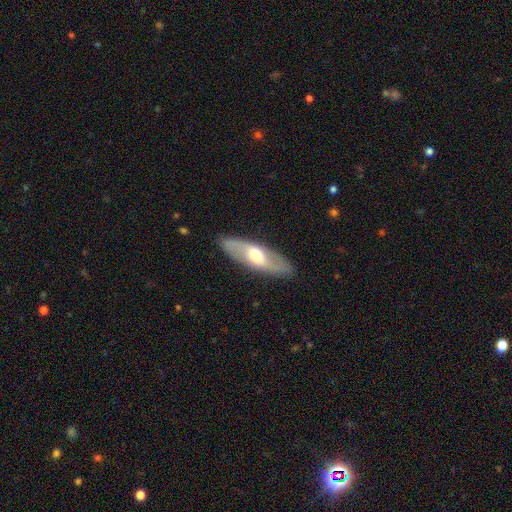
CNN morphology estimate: type=featured or disk (65%); edge-on=no (75%); merging=none (87%).